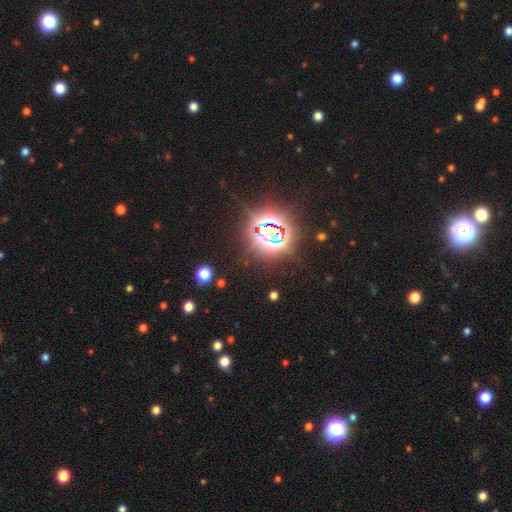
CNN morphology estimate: A star or artifact, not a galaxy (84%).